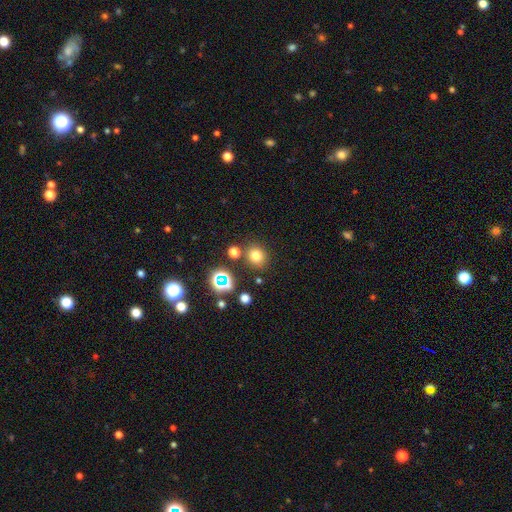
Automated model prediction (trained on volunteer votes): Overall: smooth (73%). How rounded: round (80%). Merging: none (79%).